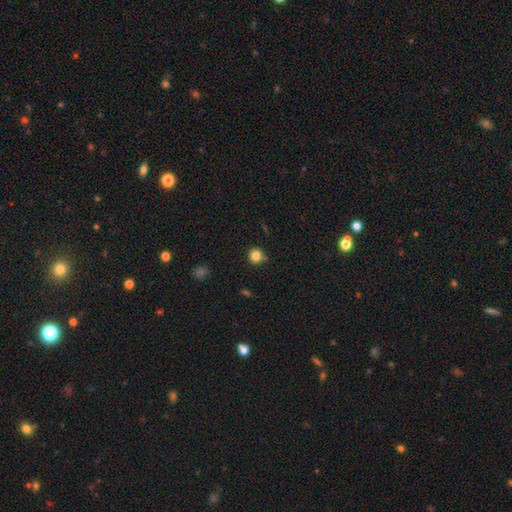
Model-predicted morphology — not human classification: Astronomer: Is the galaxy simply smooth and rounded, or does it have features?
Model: smooth — 82%.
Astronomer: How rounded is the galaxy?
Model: round — 93%.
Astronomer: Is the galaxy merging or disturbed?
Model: none — 84%.